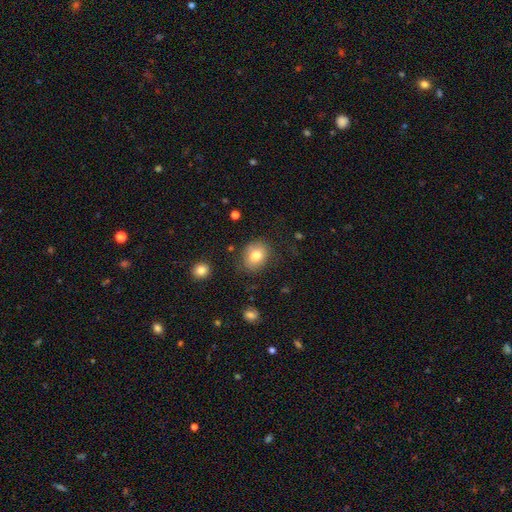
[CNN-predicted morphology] type=smooth (78%); roundness=round (51%); merging=none (79%).